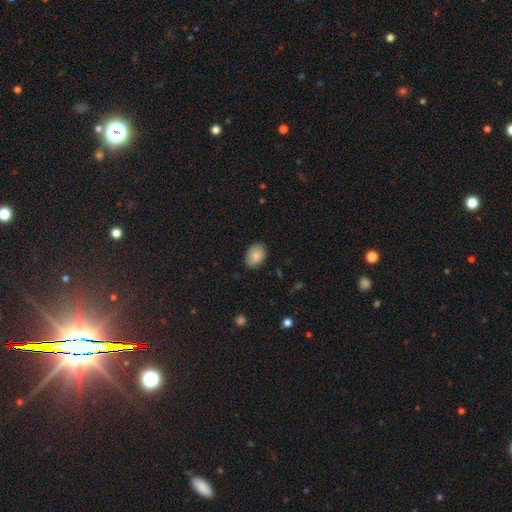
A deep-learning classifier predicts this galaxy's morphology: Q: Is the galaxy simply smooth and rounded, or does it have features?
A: smooth — 86%.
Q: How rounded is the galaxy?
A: in between — 84%.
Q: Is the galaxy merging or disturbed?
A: none — 84%.